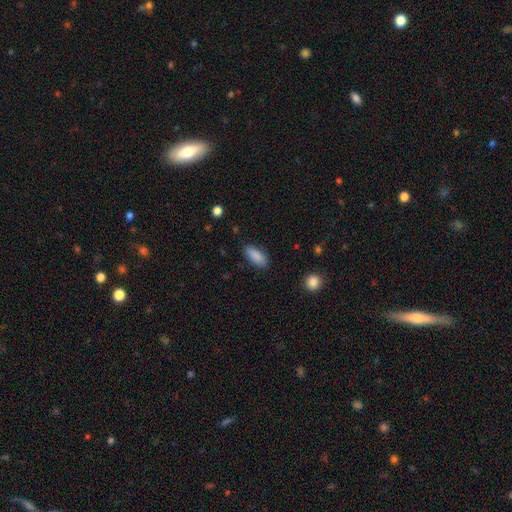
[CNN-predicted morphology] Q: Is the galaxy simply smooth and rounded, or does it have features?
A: smooth — 89%.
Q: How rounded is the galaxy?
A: in between — 83%.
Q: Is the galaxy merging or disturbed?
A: none — 85%.